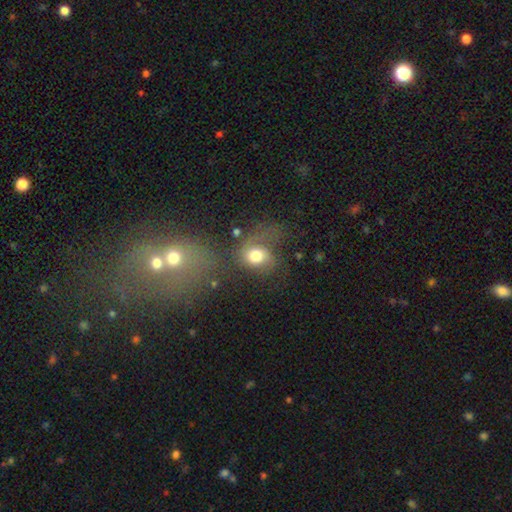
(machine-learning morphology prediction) smooth 61%, featured or disk 26%, star or artifact 13%. Down the decision tree: how rounded — round (54%); merging — major disturbance (33%, tied with none).